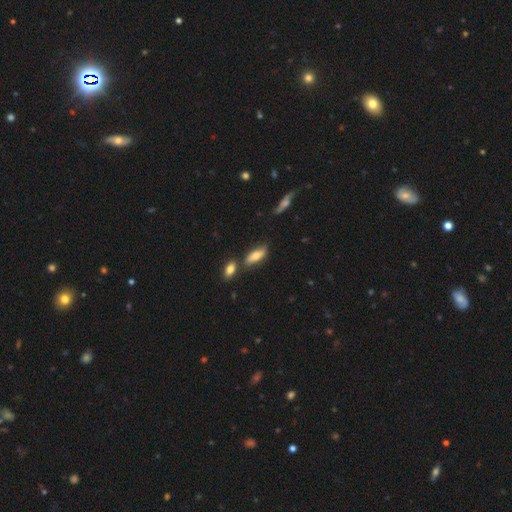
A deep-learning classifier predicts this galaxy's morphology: smooth 71%, featured or disk 22%, star or artifact 7%. Down the decision tree: how rounded — in between (72%); merging — none (68%).